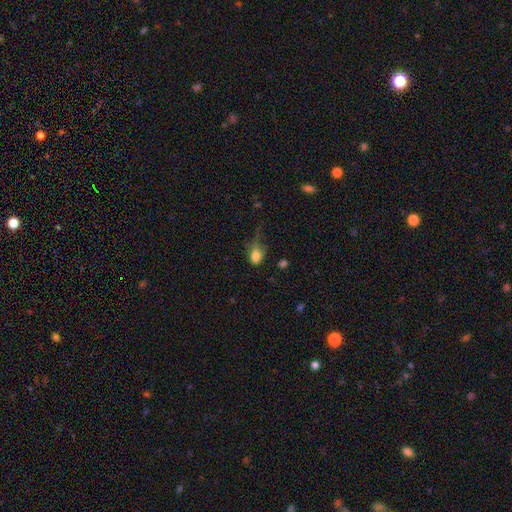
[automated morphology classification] Smooth or featured: smooth — 79% (star or artifact — 10%)
How rounded: in between — 73% (round — 25%)
Merging: major disturbance — 37% (minor disturbance — 32%)